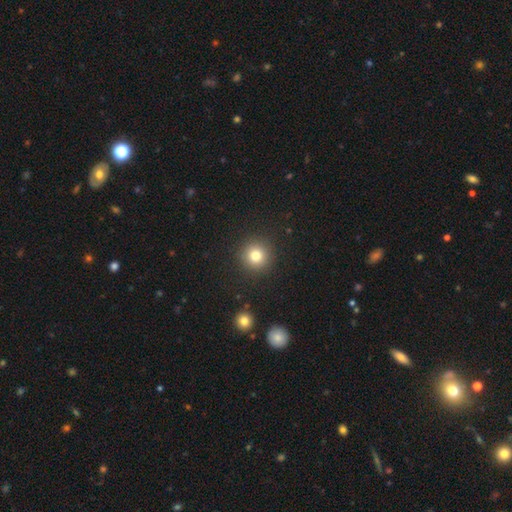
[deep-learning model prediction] This is likely a smooth galaxy (80%). How rounded: clearly round (95%). Merging: clearly none (91%).